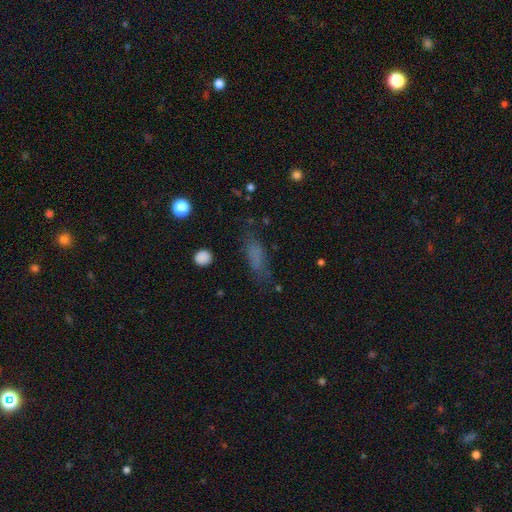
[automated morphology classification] Smooth or featured?
  - smooth: 66% *
  - featured or disk: 18%
  - star or artifact: 16%
How rounded?
  - in between: 55% *
  - cigar-shaped: 40%
  - round: 5%
Merging?
  - none: 66% *
  - minor disturbance: 21%
  - major disturbance: 11%
  - merger: 3%